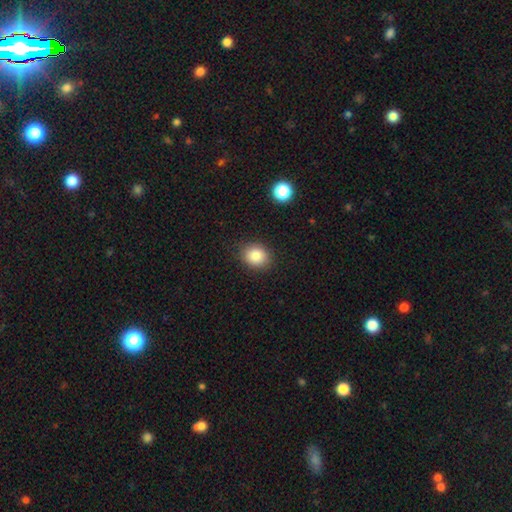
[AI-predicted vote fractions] Smooth or featured? Predicted: smooth (p=0.85). How rounded? Predicted: round (p=0.65). Merging? Predicted: none (p=0.87).